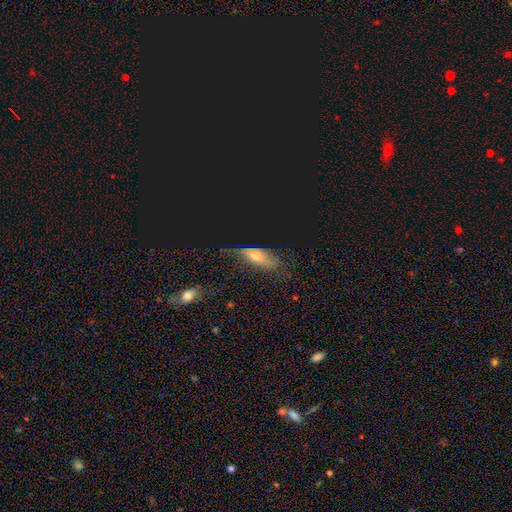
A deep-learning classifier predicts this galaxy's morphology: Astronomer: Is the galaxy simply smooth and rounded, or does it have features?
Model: smooth — 44% (runner-up: featured or disk, 32%).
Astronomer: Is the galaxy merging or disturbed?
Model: none — 45% (runner-up: minor disturbance, 28%).